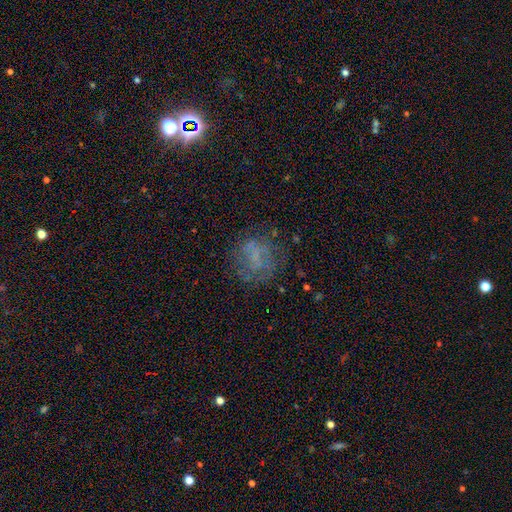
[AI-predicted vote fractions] smooth-or-featured: featured or disk: 42% | smooth: 35% | star or artifact: 23%
  merging: none: 65% | major disturbance: 17% | minor disturbance: 16% | merger: 2%